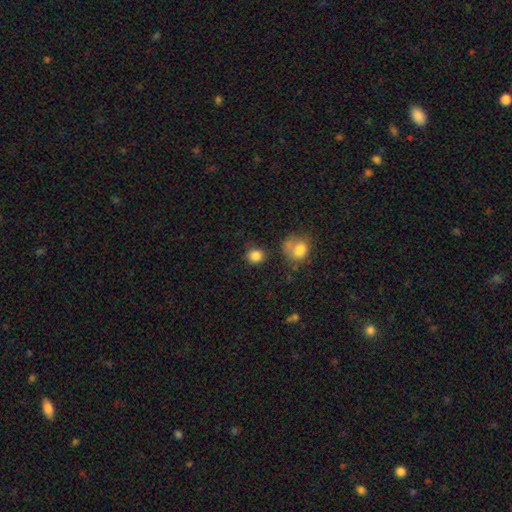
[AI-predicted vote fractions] Morphology: type=smooth (85%); roundness=round (82%); merging=none (75%).